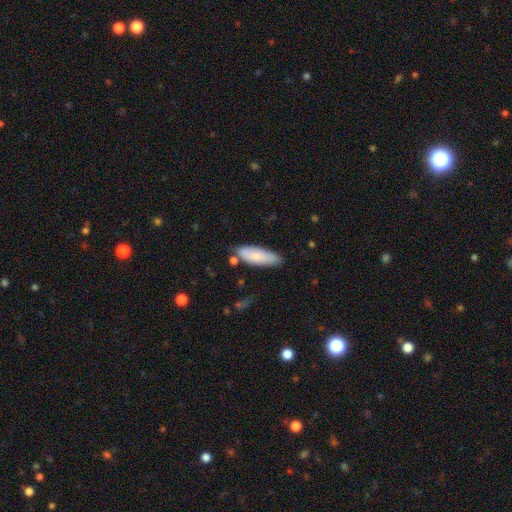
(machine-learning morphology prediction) Smooth or featured? Predicted: smooth (p=0.80). How rounded? Predicted: in between (p=0.60). Merging? Predicted: none (p=0.72).